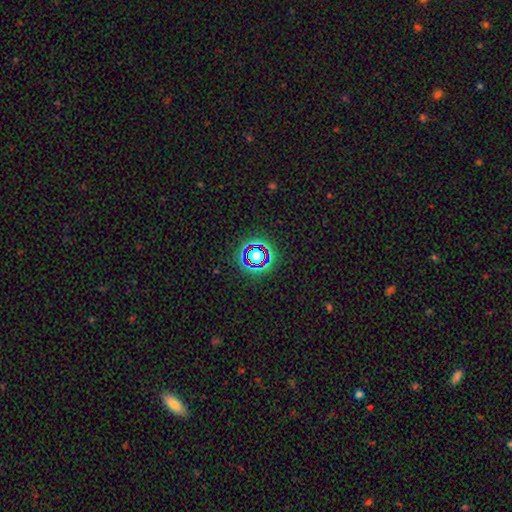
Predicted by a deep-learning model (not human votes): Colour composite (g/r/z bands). It shows a star or artifact, not a galaxy (64%).